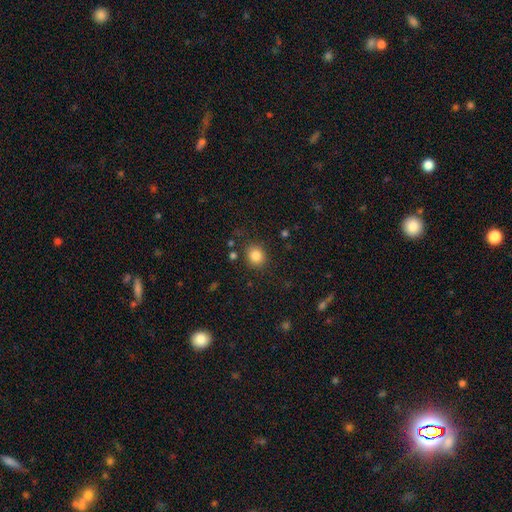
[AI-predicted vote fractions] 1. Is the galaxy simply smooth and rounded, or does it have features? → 84% smooth, 11% star or artifact, 5% featured or disk.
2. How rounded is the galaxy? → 81% round, 18% in between, 1% cigar-shaped.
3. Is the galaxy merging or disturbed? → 85% none, 9% minor disturbance, 3% major disturbance, 3% merger.